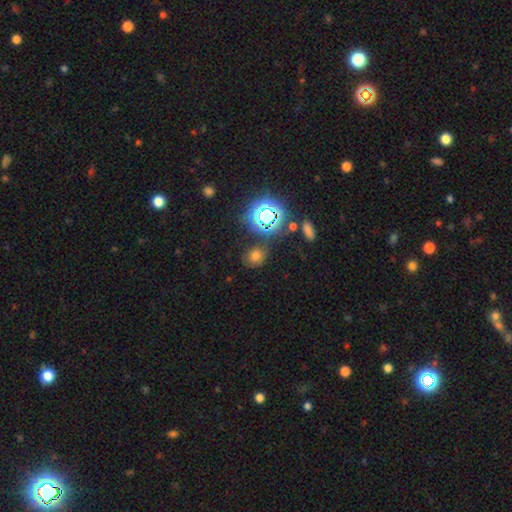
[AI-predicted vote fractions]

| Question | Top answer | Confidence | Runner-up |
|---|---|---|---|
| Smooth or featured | smooth | 60% | star or artifact (32%) |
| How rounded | round | 67% | in between (32%) |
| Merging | none | 77% | minor disturbance (13%) |